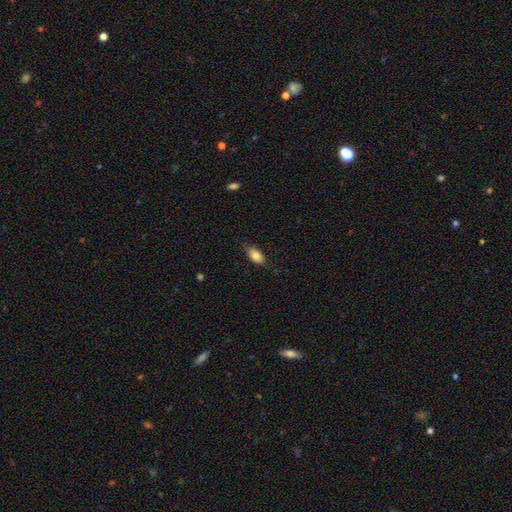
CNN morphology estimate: smooth 83%, featured or disk 9%, star or artifact 7%. Down the decision tree: how rounded — in between (92%); merging — none (81%).